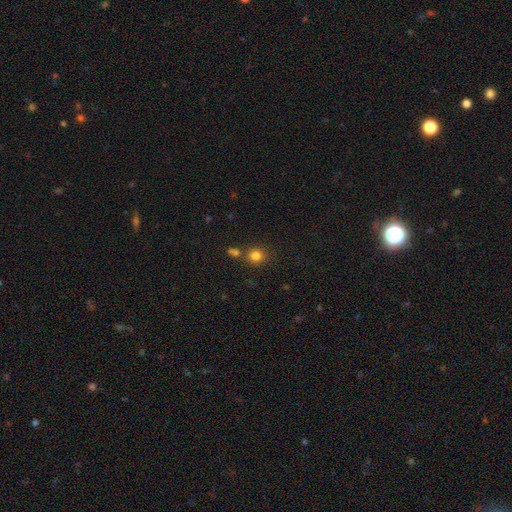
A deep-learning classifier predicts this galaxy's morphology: A smooth galaxy with no disk features (81%) that is round (87%).

Vote fractions:
- Smooth or featured? smooth: 81% / star or artifact: 13% / featured or disk: 6%
- How rounded? round: 87% / in between: 13% / cigar-shaped: 1%
- Merging? none: 75% / merger: 13% / minor disturbance: 9% / major disturbance: 3%